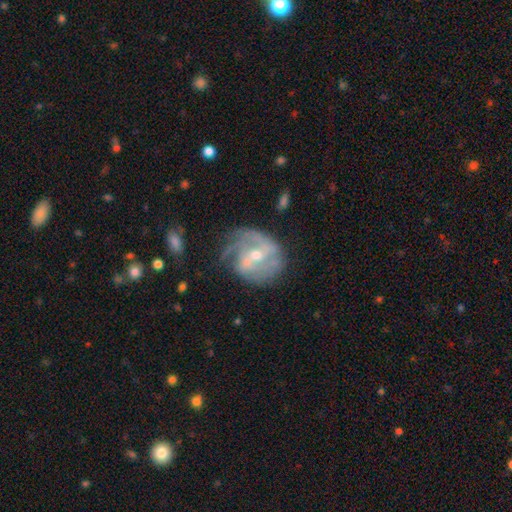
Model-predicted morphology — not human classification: Q: Smooth or featured?
A: featured or disk (80%); runner-up: smooth (14%)
Q: Edge-on disk?
A: no (97%); runner-up: yes (3%)
Q: Bar?
A: weak (47%); runner-up: no (34%)
Q: Spiral arms?
A: yes (86%); runner-up: no (14%)
Q: Spiral winding?
A: medium (40%); runner-up: tight (36%)
Q: Spiral arm count?
A: 2 (36%); runner-up: can't tell (30%)
Q: Bulge size?
A: moderate (54%); runner-up: small (41%)
Q: Merging?
A: none (52%); runner-up: minor disturbance (25%)